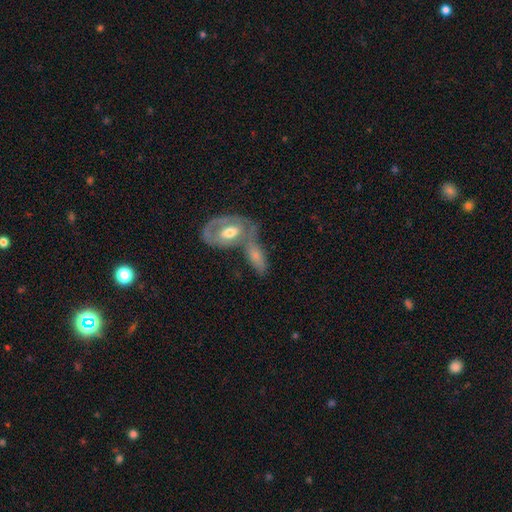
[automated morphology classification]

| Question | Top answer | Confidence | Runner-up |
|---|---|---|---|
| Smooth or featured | smooth | 49% | featured or disk (44%) |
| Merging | merger | 53% | none (29%) |